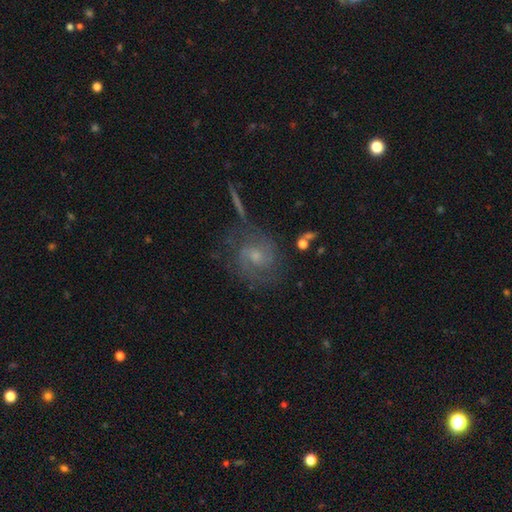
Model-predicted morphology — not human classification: smooth_or_featured: featured or disk (p=0.73) [alt: smooth p=0.16]
disk_edge_on: no (p=0.97) [alt: yes p=0.03]
bar: no (p=0.51) [alt: weak p=0.42]
has_spiral_arms: yes (p=0.91) [alt: no p=0.09]
spiral_winding: medium (p=0.45) [alt: tight p=0.41]
spiral_arm_count: 2 (p=0.64) [alt: can't tell p=0.20]
bulge_size: small (p=0.50) [alt: moderate p=0.40]
merging: none (p=0.68) [alt: minor disturbance p=0.17]